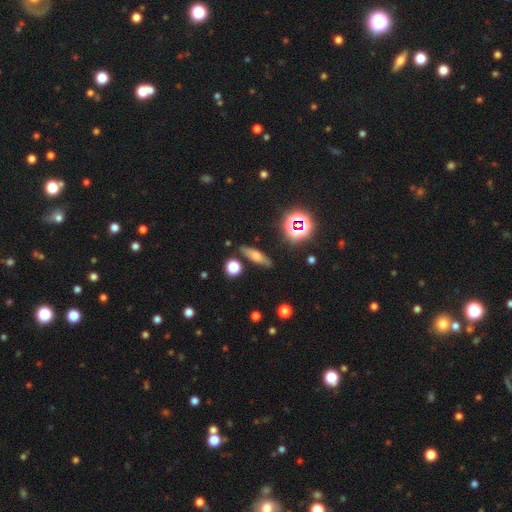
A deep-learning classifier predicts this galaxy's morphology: Q: Smooth or featured?
A: smooth (57%); runner-up: featured or disk (27%)
Q: How rounded?
A: cigar-shaped (56%); runner-up: in between (37%)
Q: Merging?
A: none (82%); runner-up: minor disturbance (12%)